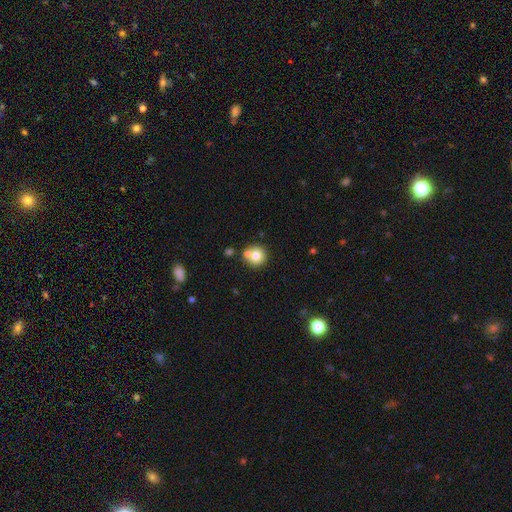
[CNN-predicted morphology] Q: Smooth or featured?
A: smooth (77%); runner-up: featured or disk (13%)
Q: How rounded?
A: round (92%); runner-up: in between (7%)
Q: Merging?
A: none (63%); runner-up: merger (25%)